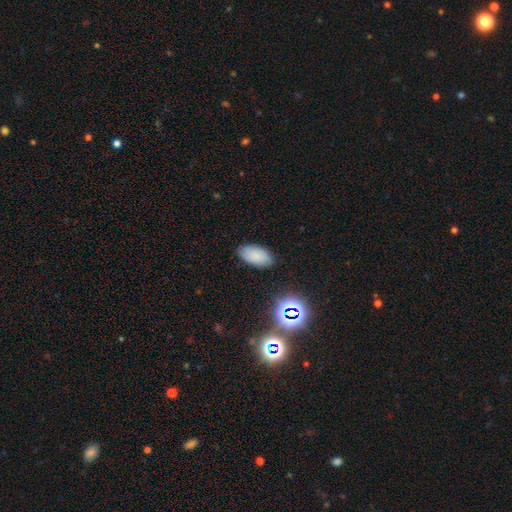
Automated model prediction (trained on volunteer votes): Q: Smooth or featured?
A: smooth (81%); runner-up: star or artifact (12%)
Q: How rounded?
A: in between (94%); runner-up: round (3%)
Q: Merging?
A: none (85%); runner-up: minor disturbance (11%)